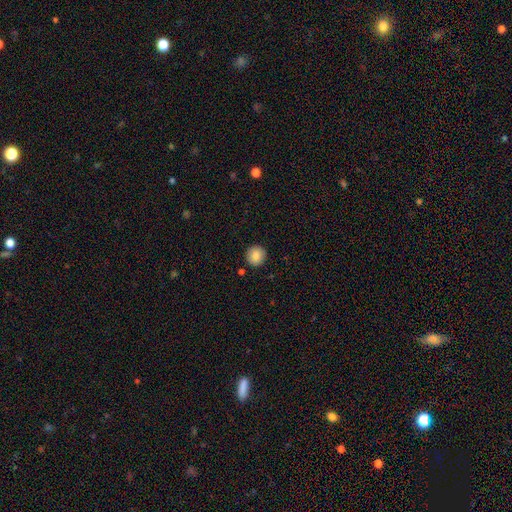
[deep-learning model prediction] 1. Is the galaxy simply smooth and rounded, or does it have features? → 86% smooth, 8% star or artifact, 6% featured or disk.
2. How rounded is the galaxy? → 94% round, 5% in between, 1% cigar-shaped.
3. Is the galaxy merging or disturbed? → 91% none, 6% minor disturbance, 2% merger, 2% major disturbance.